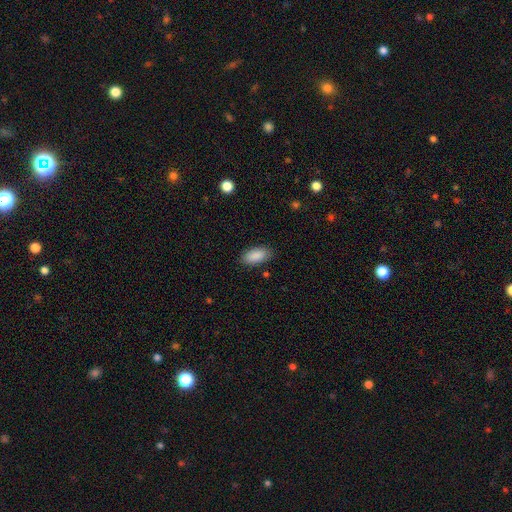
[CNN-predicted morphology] Smooth or featured?
  - smooth: 89% *
  - star or artifact: 6%
  - featured or disk: 4%
How rounded?
  - in between: 91% *
  - cigar-shaped: 6%
  - round: 2%
Merging?
  - none: 86% *
  - minor disturbance: 10%
  - major disturbance: 2%
  - merger: 1%